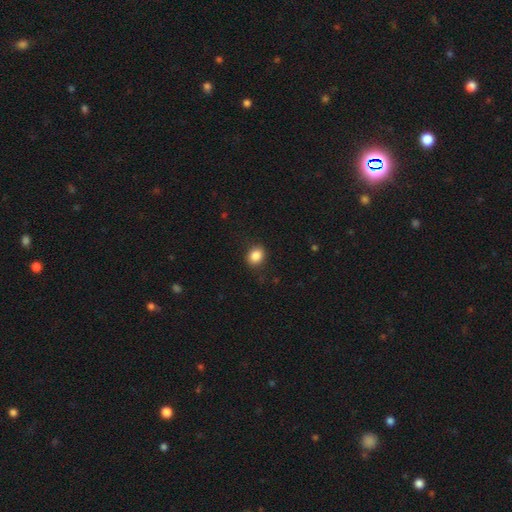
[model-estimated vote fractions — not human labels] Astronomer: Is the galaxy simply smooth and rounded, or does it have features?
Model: smooth — 86%.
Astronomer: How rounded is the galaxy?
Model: round — 55% (runner-up: in between, 44%).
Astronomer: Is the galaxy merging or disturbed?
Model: none — 85%.